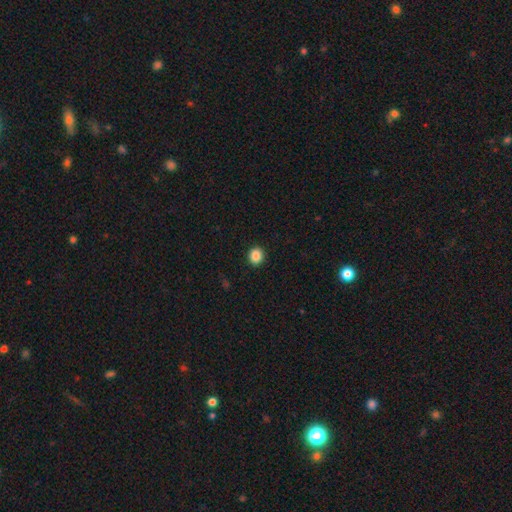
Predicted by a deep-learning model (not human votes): Morphology: type=smooth (87%); roundness=round (78%); merging=none (92%).